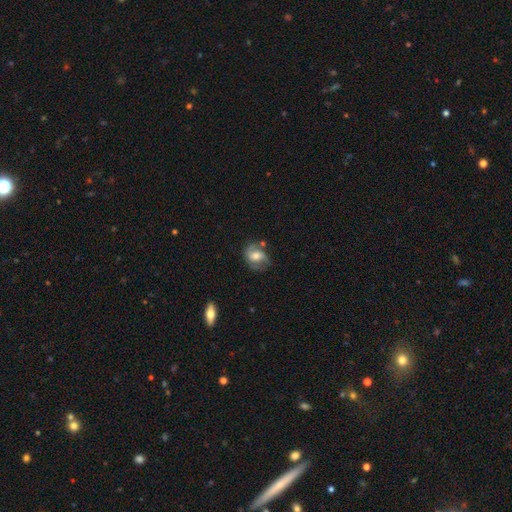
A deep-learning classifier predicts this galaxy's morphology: Smooth or featured? featured or disk (55%)
Edge-on disk? no (96%)
Bar? no (46%)
Spiral arms? yes (79%)
Bulge size? moderate (61%)
Merging? none (55%)